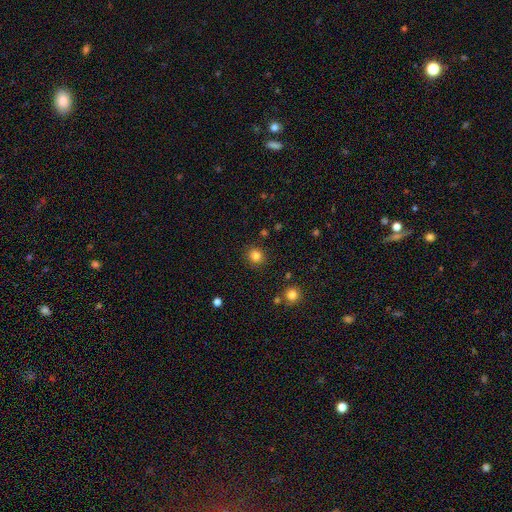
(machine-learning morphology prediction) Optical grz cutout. It shows a smooth galaxy with no disk features (83%) that is round (86%). Merging: none (89%).